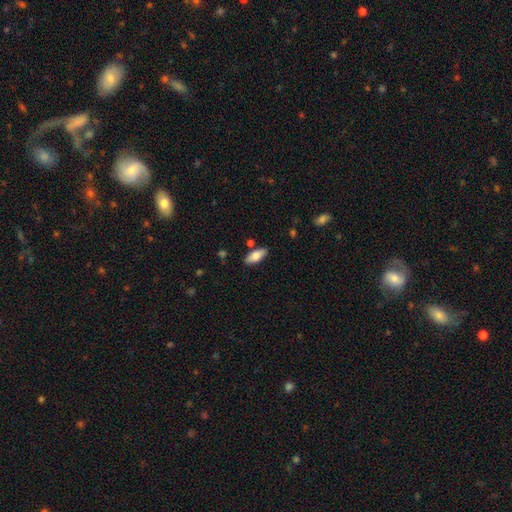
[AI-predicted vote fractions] smooth-or-featured: smooth: 74% | featured or disk: 20% | star or artifact: 6%
  how-rounded: in between: 81% | cigar-shaped: 17% | round: 2%
  merging: none: 84% | minor disturbance: 11% | merger: 3% | major disturbance: 2%